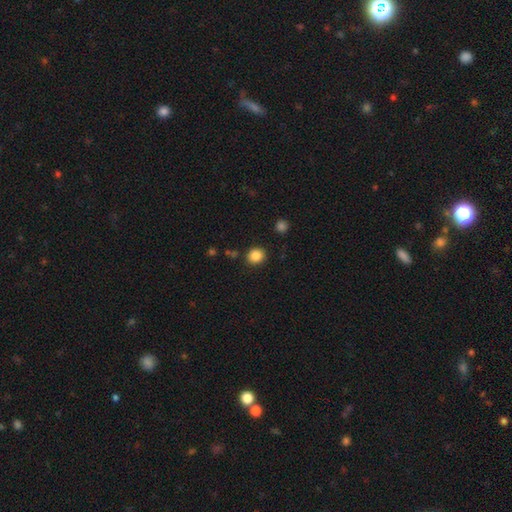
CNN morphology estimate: This is clearly a smooth galaxy (86%). How rounded: clearly round (83%). Merging: clearly none (87%).